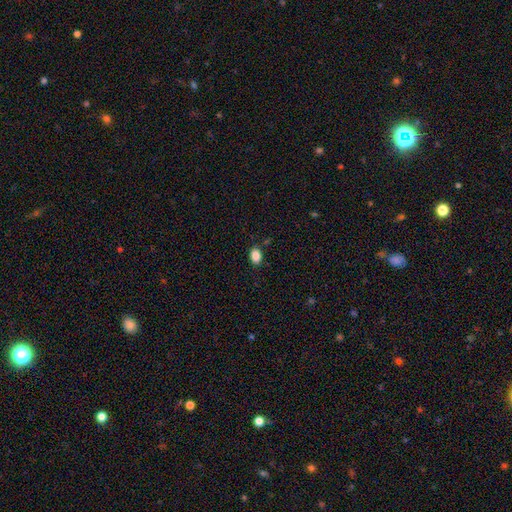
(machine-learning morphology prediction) Smooth or featured: smooth — 87% (star or artifact — 9%)
How rounded: in between — 82% (round — 16%)
Merging: none — 86% (minor disturbance — 10%)